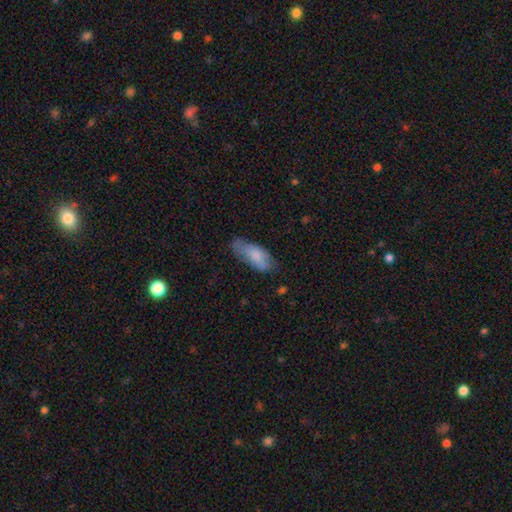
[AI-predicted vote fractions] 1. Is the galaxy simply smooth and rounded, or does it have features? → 73% smooth, 20% featured or disk, 6% star or artifact.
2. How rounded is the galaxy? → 78% in between, 20% cigar-shaped, 2% round.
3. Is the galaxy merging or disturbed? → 56% none, 32% minor disturbance, 10% major disturbance, 2% merger.